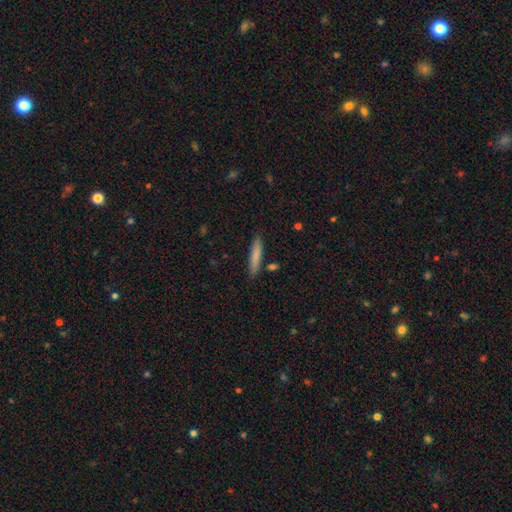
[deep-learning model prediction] The model was most divided on "smooth or featured": smooth: 79%, featured or disk: 14%, star or artifact: 6%. More confident: how rounded — cigar-shaped (90%); merging — none (86%).